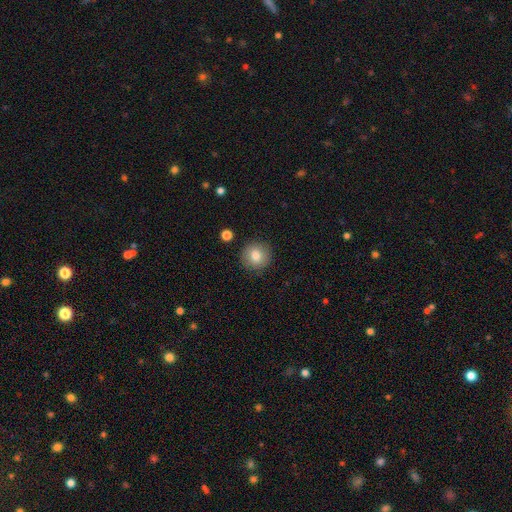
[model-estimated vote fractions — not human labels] A smooth galaxy with no disk features (81%) that is round (93%).

Vote fractions:
- Smooth or featured? smooth: 81% / featured or disk: 10% / star or artifact: 9%
- How rounded? round: 93% / in between: 6% / cigar-shaped: 1%
- Merging? none: 88% / minor disturbance: 8% / major disturbance: 2% / merger: 2%